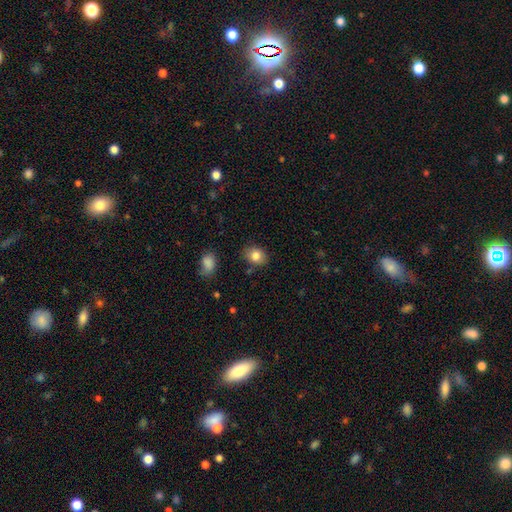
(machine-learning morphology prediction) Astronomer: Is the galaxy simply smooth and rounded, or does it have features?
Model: smooth — 82%.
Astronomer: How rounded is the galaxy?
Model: in between — 53% (runner-up: round, 46%).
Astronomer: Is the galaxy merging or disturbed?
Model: none — 83%.